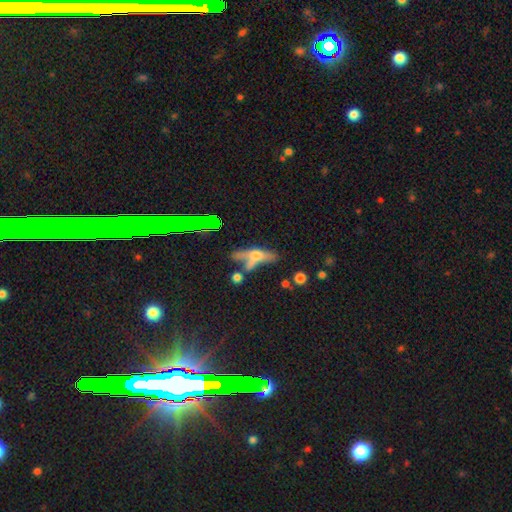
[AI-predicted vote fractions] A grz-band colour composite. It shows a featured or disk galaxy (43%, tied with smooth). Merging: none (34%).